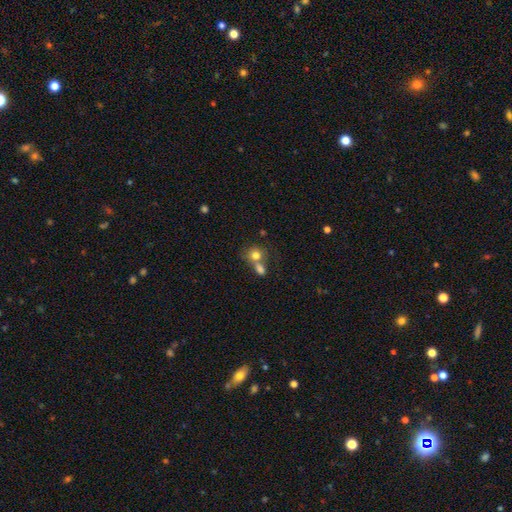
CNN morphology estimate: The model was most divided on "merging": merger: 51%, none: 36%, minor disturbance: 8%, major disturbance: 4%. More confident: smooth or featured — smooth (77%); how rounded — round (73%).